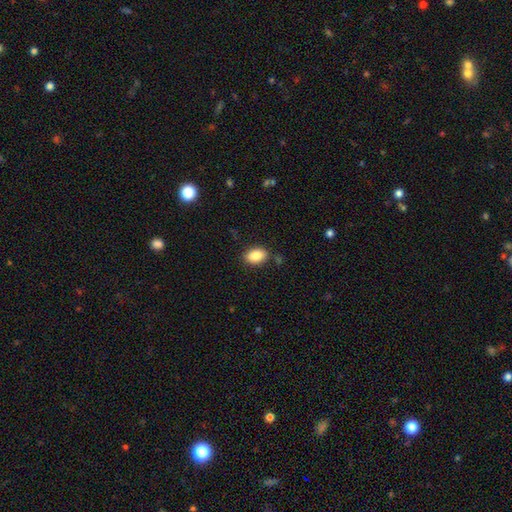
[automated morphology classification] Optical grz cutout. It shows a smooth galaxy with no disk features (87%) that is in between round and cigar-shaped (87%). Merging: none (83%).